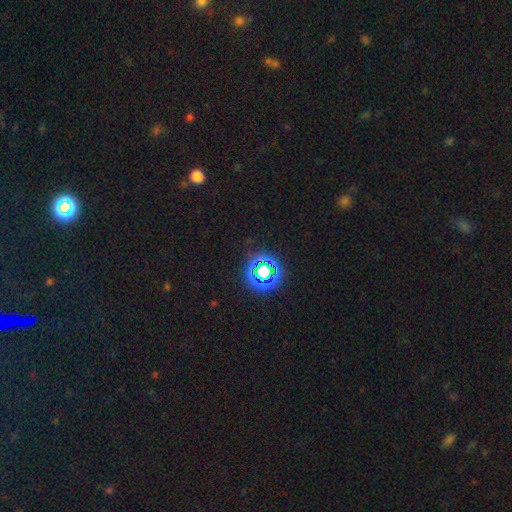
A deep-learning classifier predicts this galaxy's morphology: This is likely a star or artifact rather than a galaxy (75%).